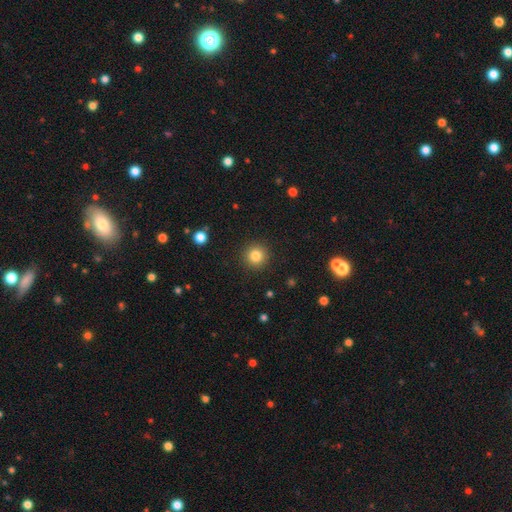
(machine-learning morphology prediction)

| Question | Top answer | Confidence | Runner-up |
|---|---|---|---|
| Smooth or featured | smooth | 83% | star or artifact (12%) |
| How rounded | round | 95% | in between (4%) |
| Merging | none | 92% | minor disturbance (5%) |